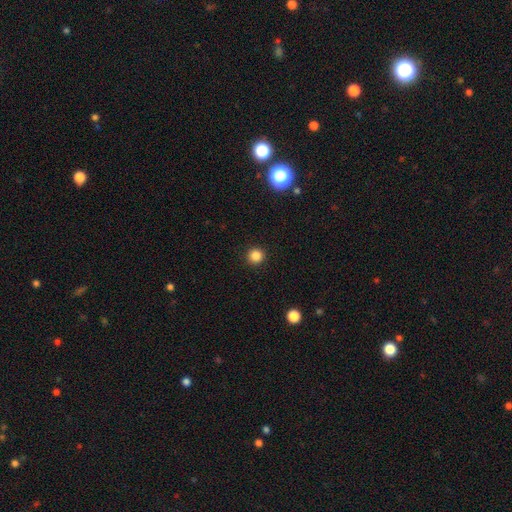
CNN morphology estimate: Overall: smooth (84%). How rounded: round (95%). Merging: none (93%).